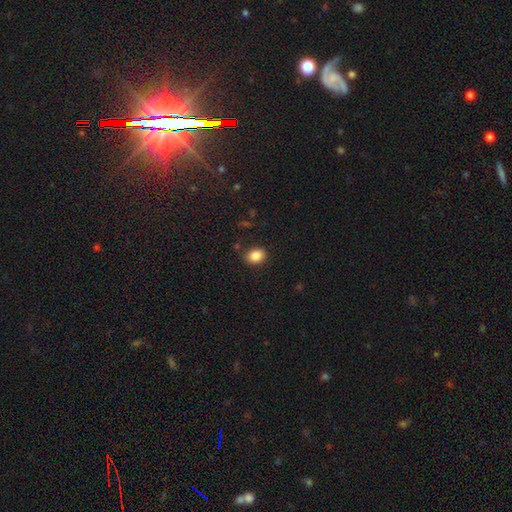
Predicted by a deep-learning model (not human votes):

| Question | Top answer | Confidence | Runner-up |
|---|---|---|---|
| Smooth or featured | smooth | 86% | star or artifact (9%) |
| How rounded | in between | 56% | round (43%) |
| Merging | none | 83% | minor disturbance (12%) |